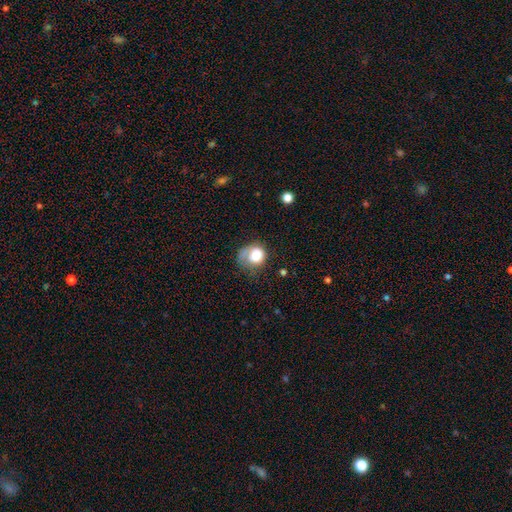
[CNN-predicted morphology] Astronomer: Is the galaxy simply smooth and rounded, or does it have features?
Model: smooth — 70%.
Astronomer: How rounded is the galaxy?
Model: round — 70%.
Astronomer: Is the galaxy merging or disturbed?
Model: none — 34% (runner-up: major disturbance, 33%).